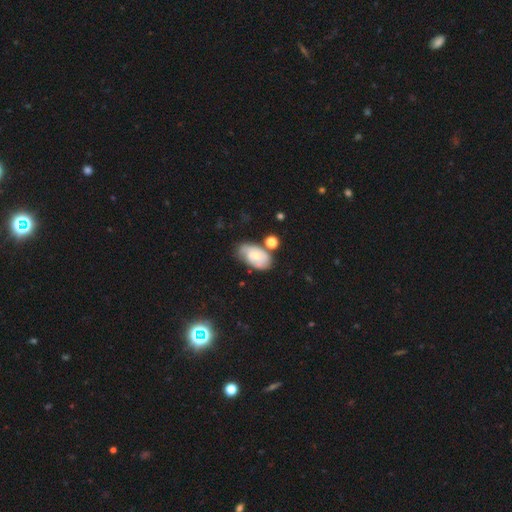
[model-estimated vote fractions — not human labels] Morphology: type=featured or disk (53%); edge-on=no (95%); bar=no (77%); spiral arms=yes (74%); bulge=small (50%); merging=none (51%).